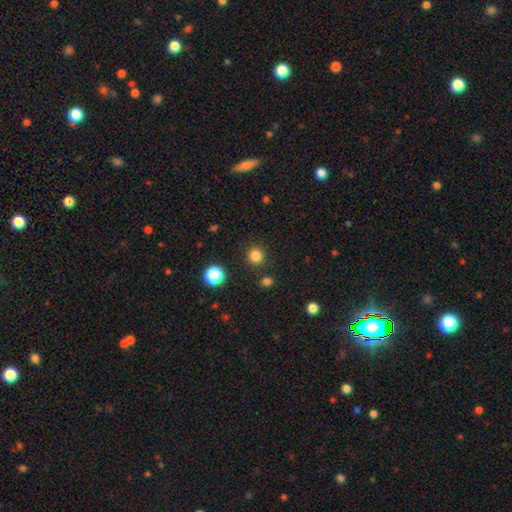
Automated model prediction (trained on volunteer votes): smooth-or-featured: smooth: 82% | star or artifact: 14% | featured or disk: 4%
  how-rounded: round: 93% | in between: 6% | cigar-shaped: 1%
  merging: none: 88% | minor disturbance: 7% | merger: 3% | major disturbance: 3%